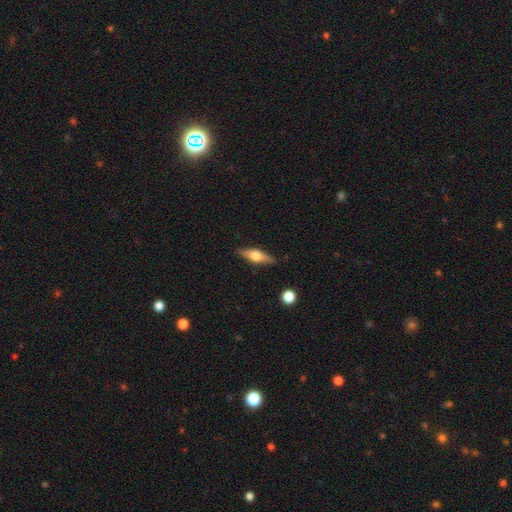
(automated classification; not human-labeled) Morphology: type=featured or disk (60%); edge-on=yes (94%); edge-on bulge=rounded (93%); merging=none (87%).